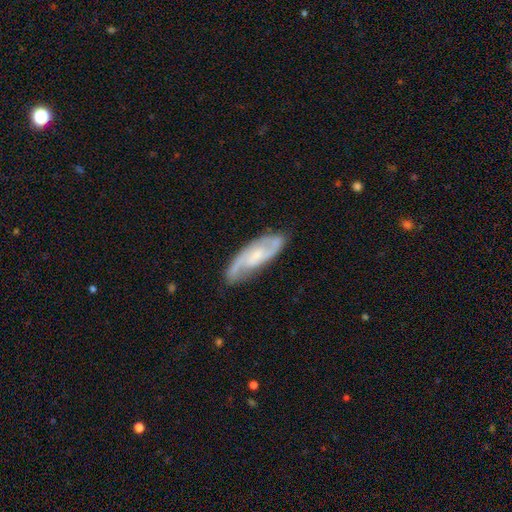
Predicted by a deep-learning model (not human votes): Smooth or featured? Predicted: featured or disk (p=0.78). Edge-on disk? Predicted: no (p=0.89). Bar? Predicted: no (p=0.50). Spiral arms? Predicted: yes (p=0.94). Spiral winding? Predicted: medium (p=0.50). Spiral arm count? Predicted: 2 (p=0.81). Bulge size? Predicted: small (p=0.54). Merging? Predicted: none (p=0.76).